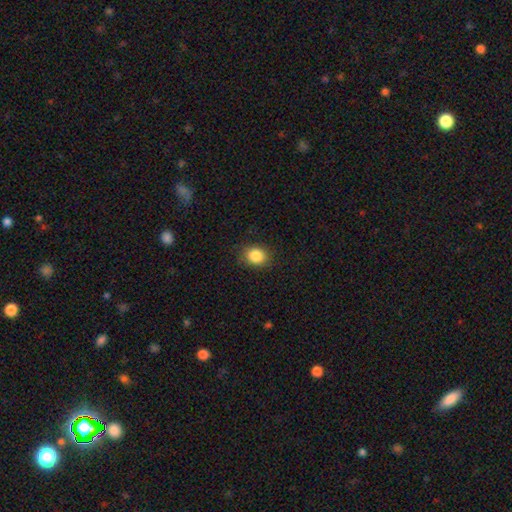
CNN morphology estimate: Smooth or featured? smooth (86%)
How rounded? round (63%)
Merging? none (86%)